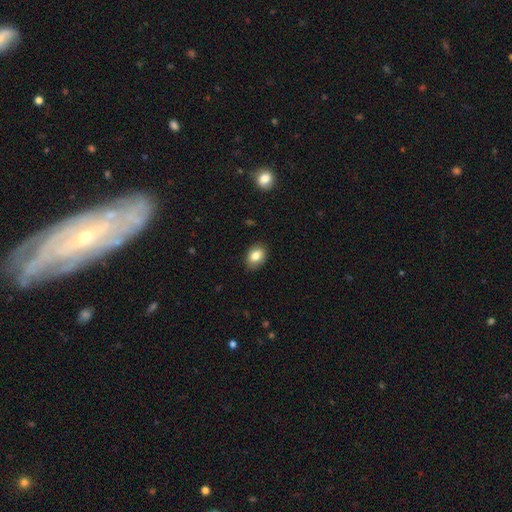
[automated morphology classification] Smooth or featured? smooth (83%)
How rounded? in between (74%)
Merging? none (86%)